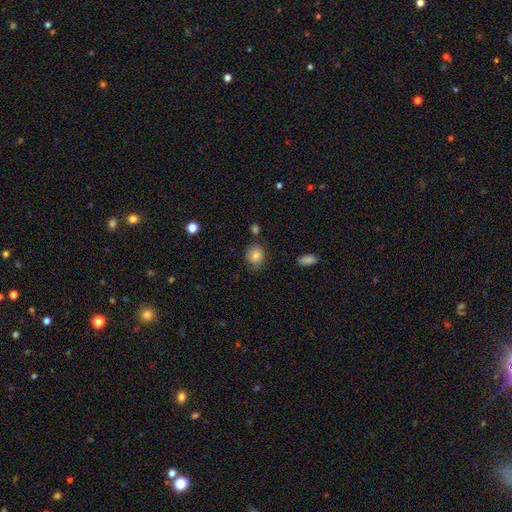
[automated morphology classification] Smooth or featured: smooth — 75% (featured or disk — 16%)
How rounded: round — 71% (in between — 28%)
Merging: none — 69% (minor disturbance — 21%)